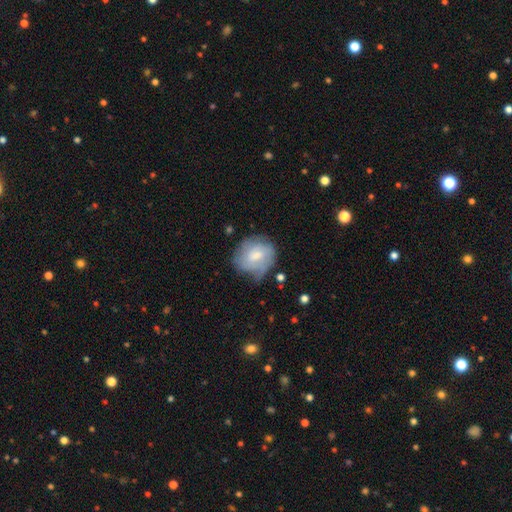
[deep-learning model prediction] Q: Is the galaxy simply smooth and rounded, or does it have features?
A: smooth — 60%.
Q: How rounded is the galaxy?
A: round — 65%.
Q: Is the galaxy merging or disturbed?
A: none — 50%.